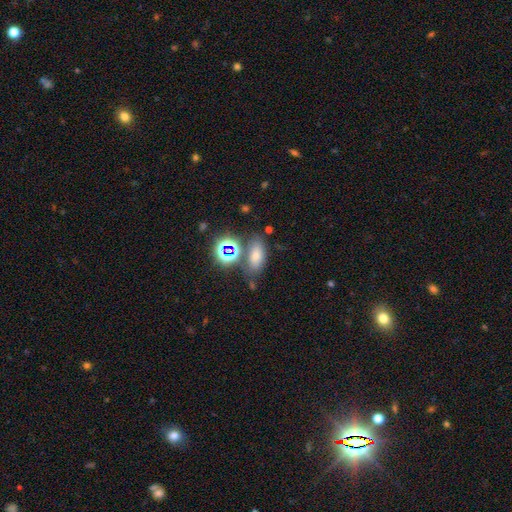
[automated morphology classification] Smooth or featured: smooth — 68% (star or artifact — 21%)
How rounded: in between — 79% (round — 13%)
Merging: none — 71% (minor disturbance — 13%)